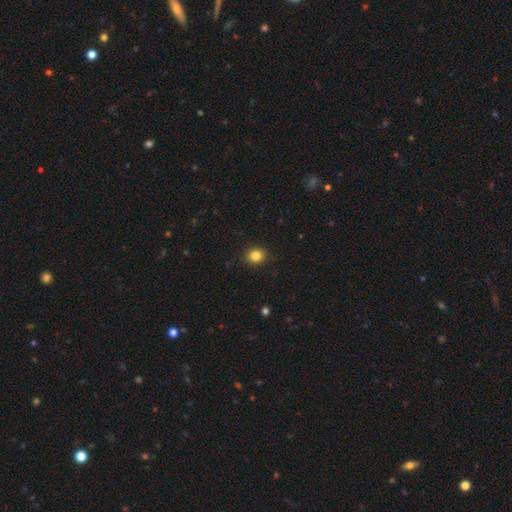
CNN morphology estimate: Smooth or featured? smooth (84%)
How rounded? round (81%)
Merging? none (91%)